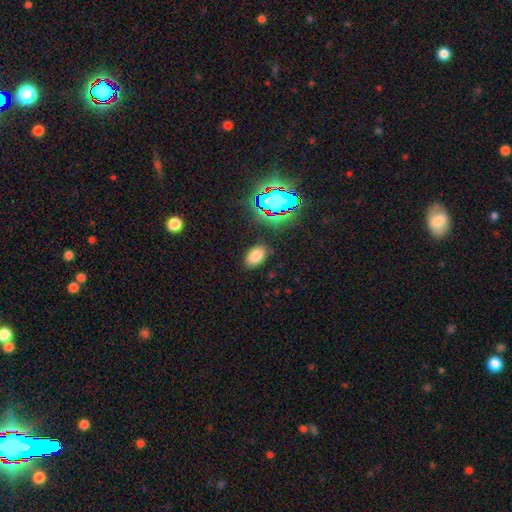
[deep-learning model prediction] A smooth galaxy with no disk features (74%) that is in between round and cigar-shaped (91%).

Vote fractions:
- Smooth or featured? smooth: 74% / star or artifact: 19% / featured or disk: 8%
- How rounded? in between: 91% / round: 8% / cigar-shaped: 2%
- Merging? none: 84% / minor disturbance: 11% / major disturbance: 3% / merger: 2%